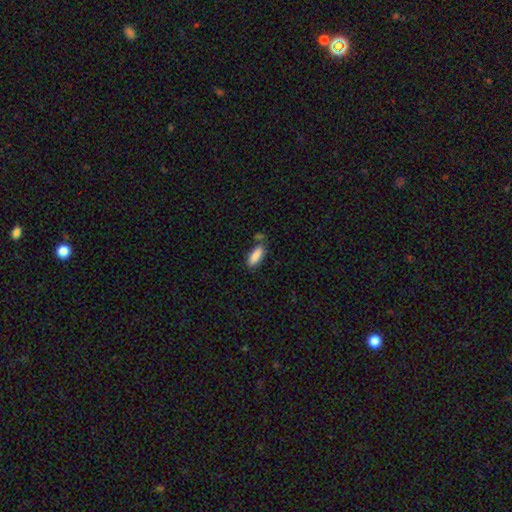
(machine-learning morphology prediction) This is clearly a smooth galaxy (88%). How rounded: likely in between (72%). Merging: likely none (66%).